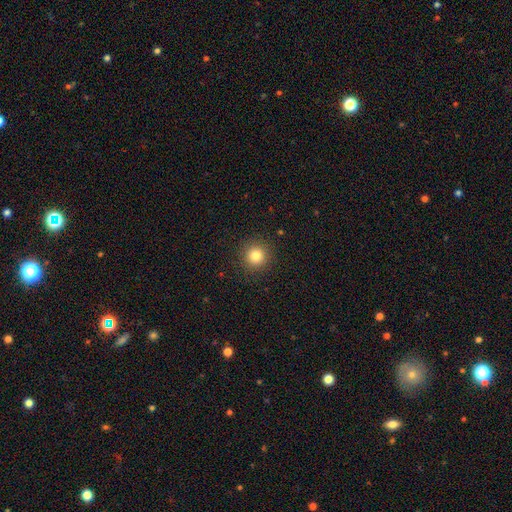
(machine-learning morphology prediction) smooth_or_featured: smooth (p=0.82) [alt: star or artifact p=0.12]
how_rounded: round (p=0.95) [alt: in between p=0.04]
merging: none (p=0.91) [alt: minor disturbance p=0.05]